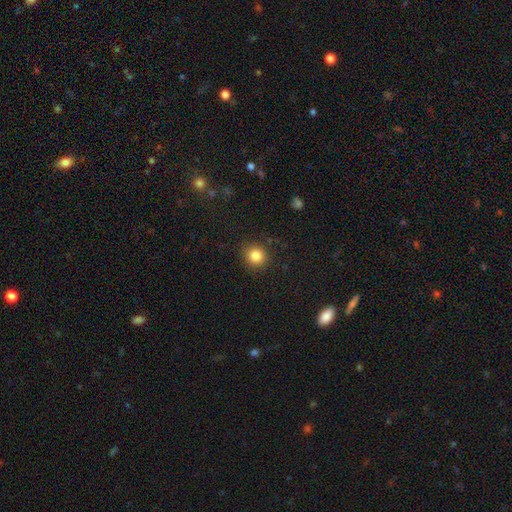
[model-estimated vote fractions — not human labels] A smooth galaxy with no disk features (83%) that is round (91%).

Vote fractions:
- Smooth or featured? smooth: 83% / star or artifact: 11% / featured or disk: 5%
- How rounded? round: 91% / in between: 8% / cigar-shaped: 1%
- Merging? none: 89% / minor disturbance: 8% / major disturbance: 3% / merger: 1%